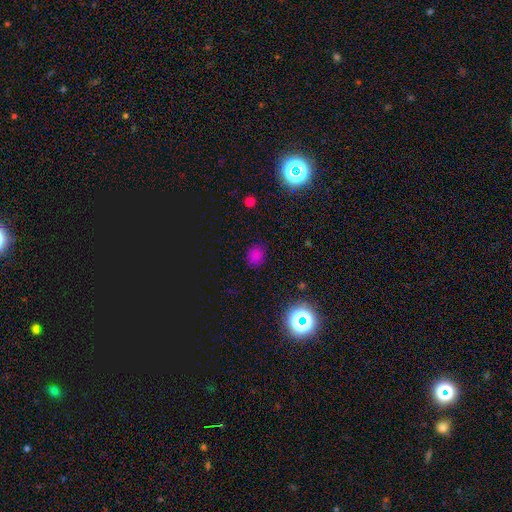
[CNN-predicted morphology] Smooth or featured?
  - smooth: 71% *
  - star or artifact: 24%
  - featured or disk: 5%
How rounded?
  - round: 65% *
  - in between: 34%
  - cigar-shaped: 1%
Merging?
  - none: 84% *
  - minor disturbance: 11%
  - major disturbance: 4%
  - merger: 1%